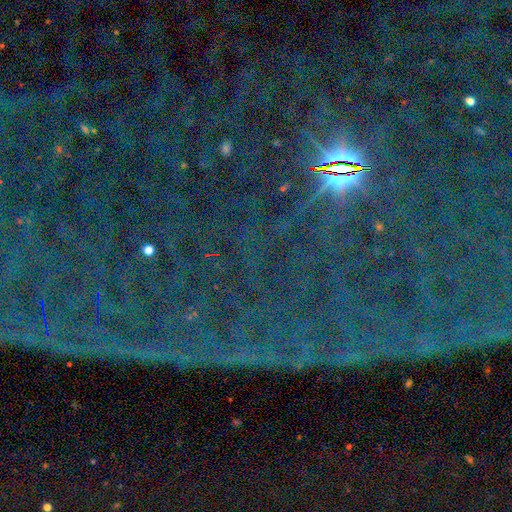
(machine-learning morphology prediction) star or artifact 87%, featured or disk 7%, smooth 7%.